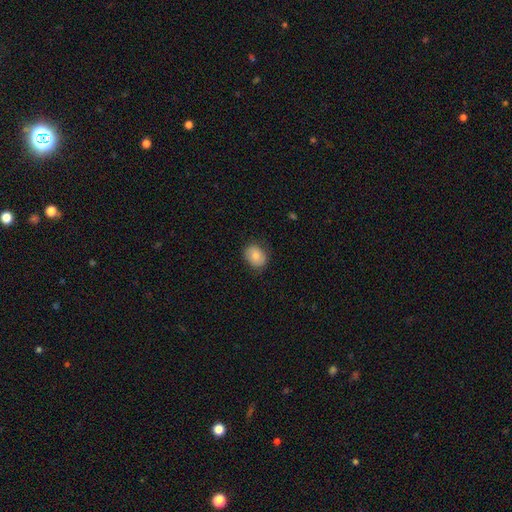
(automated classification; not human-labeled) This appears to be a smooth galaxy with no disk features (80%) that is round (50%). Merging: none (79%).